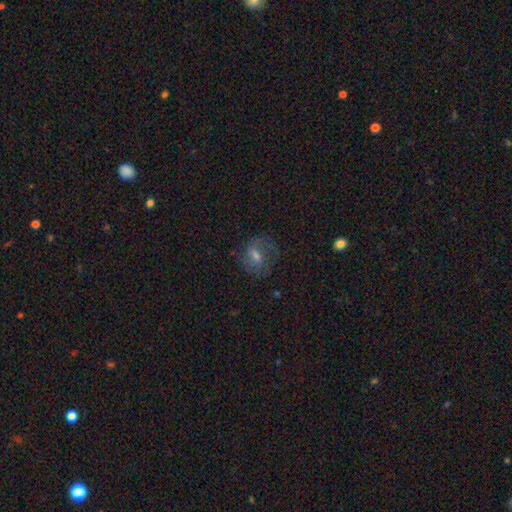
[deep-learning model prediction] This appears to be a featured or disk galaxy (45%). Merging: none (63%).